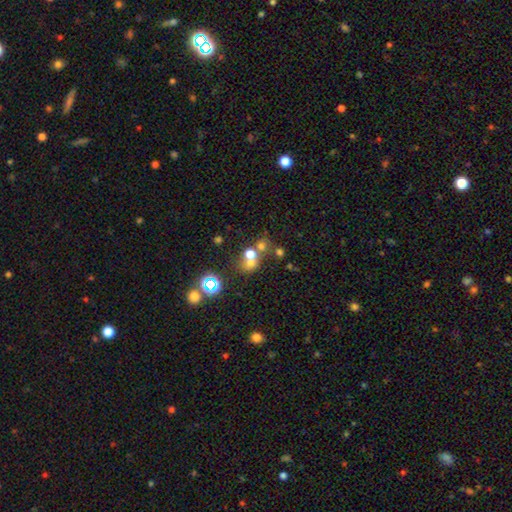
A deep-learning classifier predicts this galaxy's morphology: Overall: smooth (48%; star or artifact 36%). Merging: none (50%; merger 32%).